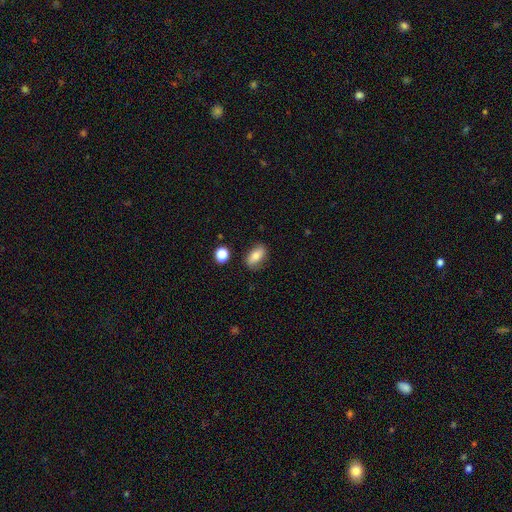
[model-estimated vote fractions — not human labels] Smooth or featured? Predicted: smooth (p=0.78). How rounded? Predicted: in between (p=0.87). Merging? Predicted: none (p=0.80).